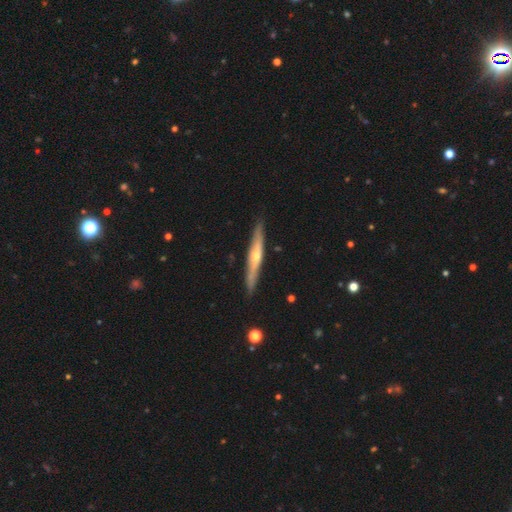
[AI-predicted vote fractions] smooth-or-featured: featured or disk: 68% | smooth: 27% | star or artifact: 5%
  disk-edge-on: yes: 94% | no: 6%
    edge-on-bulge: rounded: 81% | none: 16% | boxy: 4%
  merging: none: 88% | minor disturbance: 9% | major disturbance: 2% | merger: 1%